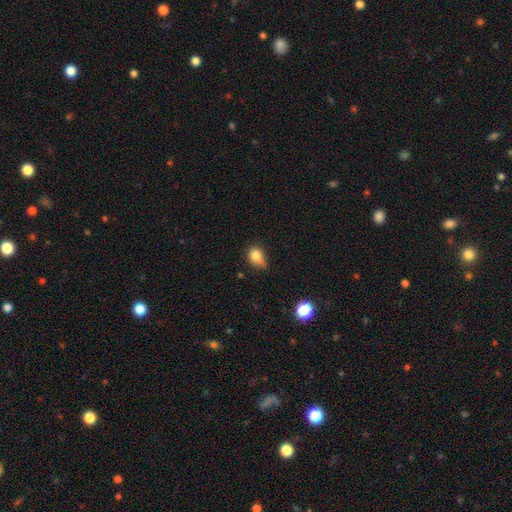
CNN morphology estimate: smooth_or_featured: smooth (p=0.80) [alt: star or artifact p=0.11]
how_rounded: in between (p=0.55) [alt: round p=0.43]
merging: minor disturbance (p=0.47) [alt: none p=0.32]